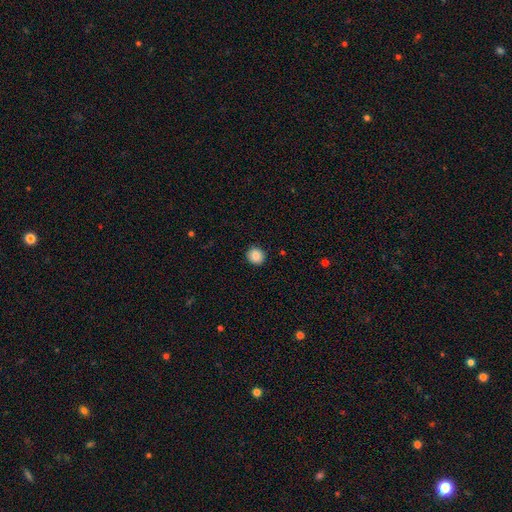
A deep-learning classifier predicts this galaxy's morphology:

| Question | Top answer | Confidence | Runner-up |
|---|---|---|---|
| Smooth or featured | smooth | 85% | star or artifact (9%) |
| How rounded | round | 90% | in between (9%) |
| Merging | none | 91% | minor disturbance (7%) |